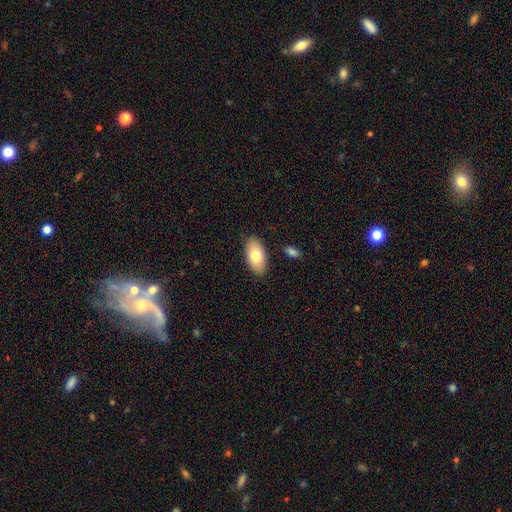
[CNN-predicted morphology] This appears to be a smooth galaxy with no disk features (77%) that is in between round and cigar-shaped (94%). Merging: none (86%).